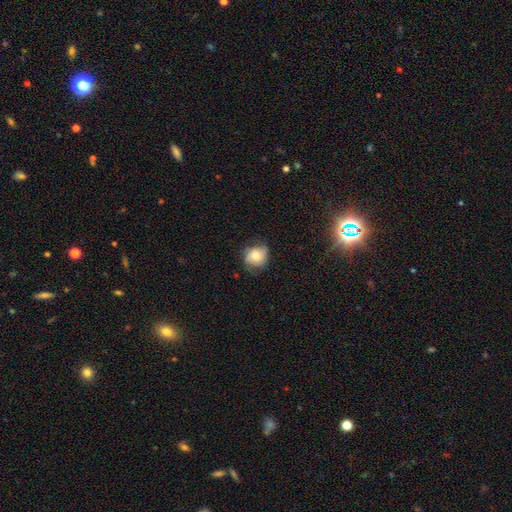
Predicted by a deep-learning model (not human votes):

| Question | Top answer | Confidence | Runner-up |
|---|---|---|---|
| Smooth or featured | smooth | 64% | featured or disk (27%) |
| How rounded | round | 76% | in between (23%) |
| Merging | none | 63% | minor disturbance (26%) |